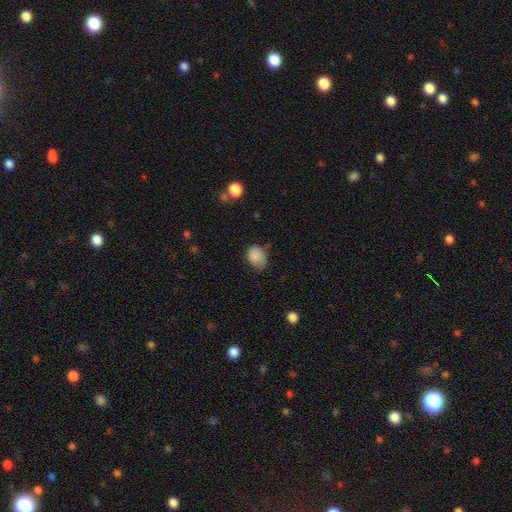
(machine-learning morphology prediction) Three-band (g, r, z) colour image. It shows a smooth galaxy with no disk features (87%) that is in between round and cigar-shaped (56%). Merging: none (65%).